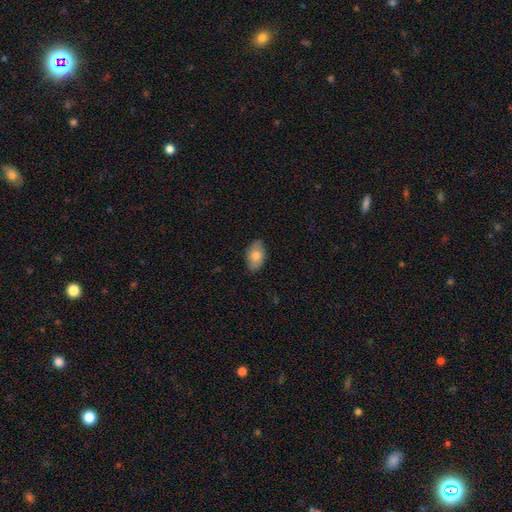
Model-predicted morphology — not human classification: Smooth or featured? smooth (76%)
How rounded? in between (92%)
Merging? none (84%)